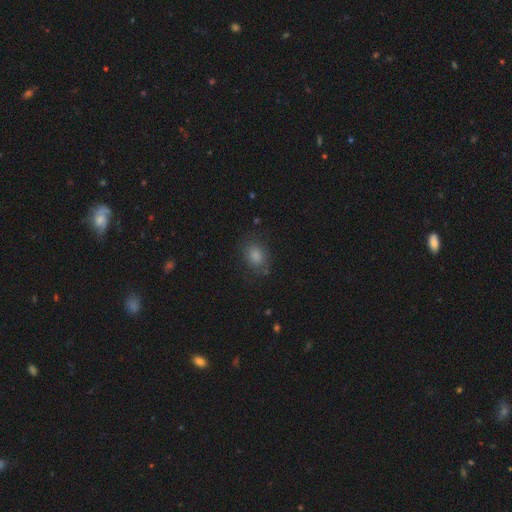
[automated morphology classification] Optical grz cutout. It shows a smooth galaxy with no disk features (83%) that is in between round and cigar-shaped (77%). Merging: none (77%).